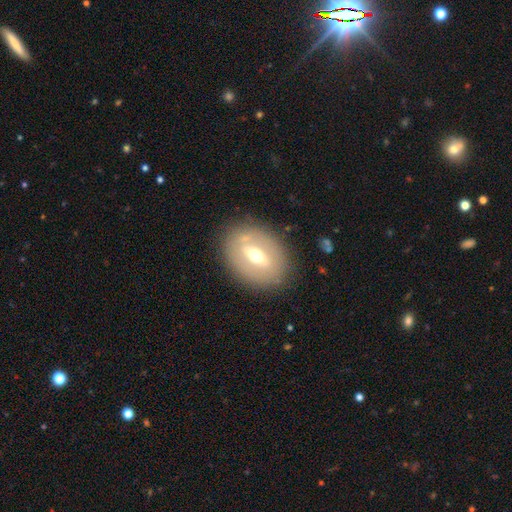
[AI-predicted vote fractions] Q: Smooth or featured?
A: featured or disk (59%); runner-up: smooth (33%)
Q: Edge-on disk?
A: no (79%); runner-up: yes (21%)
Q: Merging?
A: none (82%); runner-up: minor disturbance (11%)